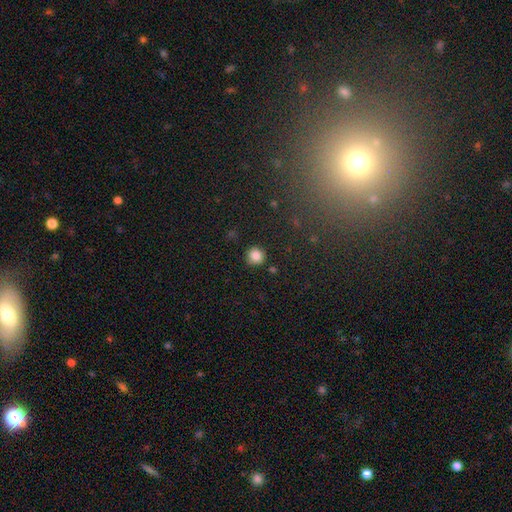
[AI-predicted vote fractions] A smooth galaxy with no disk features (85%) that is round (92%). Merging: none (88%).